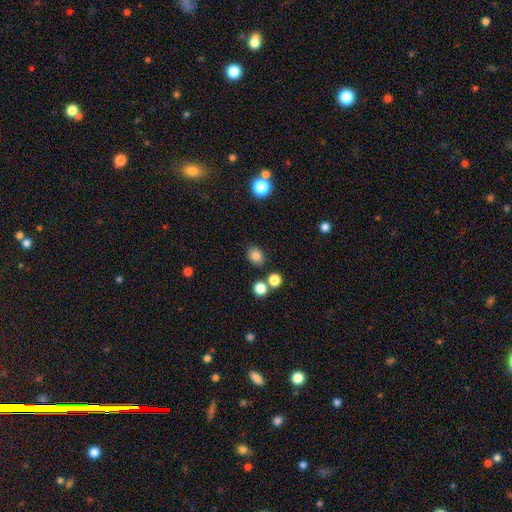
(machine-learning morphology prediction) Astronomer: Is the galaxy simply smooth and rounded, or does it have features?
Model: smooth — 83%.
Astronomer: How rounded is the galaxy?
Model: in between — 51% (runner-up: round, 48%).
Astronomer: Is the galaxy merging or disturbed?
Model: none — 81%.